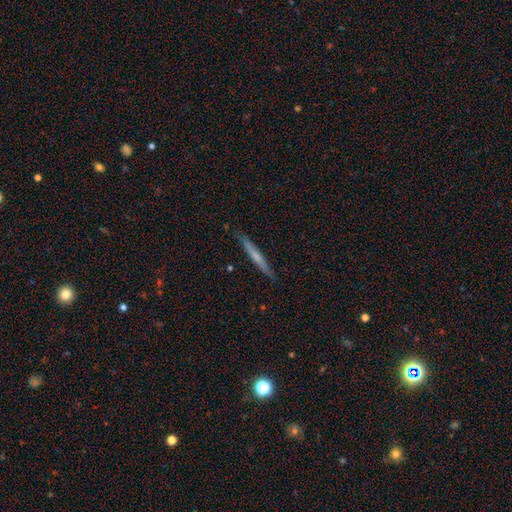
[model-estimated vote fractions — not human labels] This is possibly a smooth galaxy (49%). Merging: clearly none (89%).